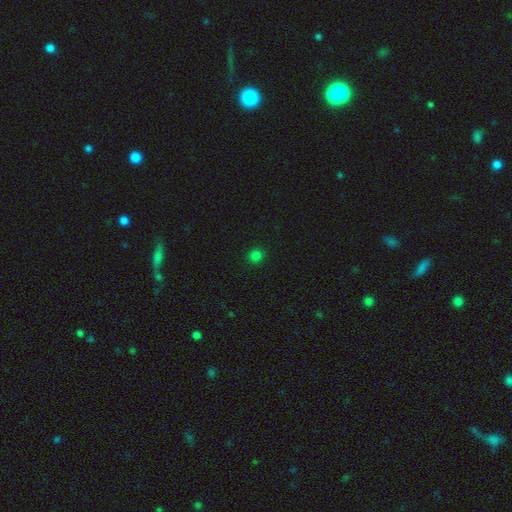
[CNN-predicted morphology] Smooth or featured: smooth — 81% (star or artifact — 16%)
How rounded: round — 88% (in between — 11%)
Merging: none — 92% (minor disturbance — 5%)